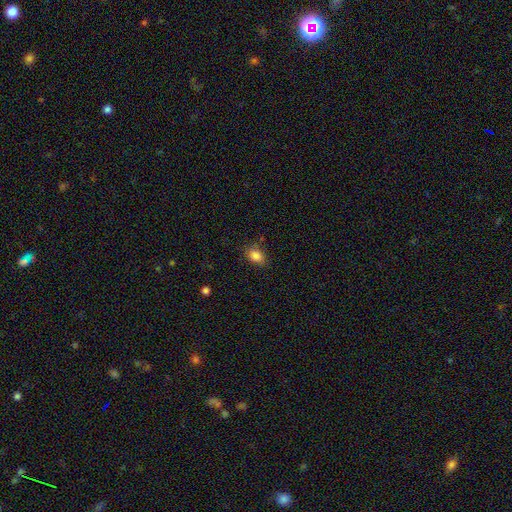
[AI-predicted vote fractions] A smooth galaxy with no disk features (85%) that is in between round and cigar-shaped (71%). Merging: none (78%).